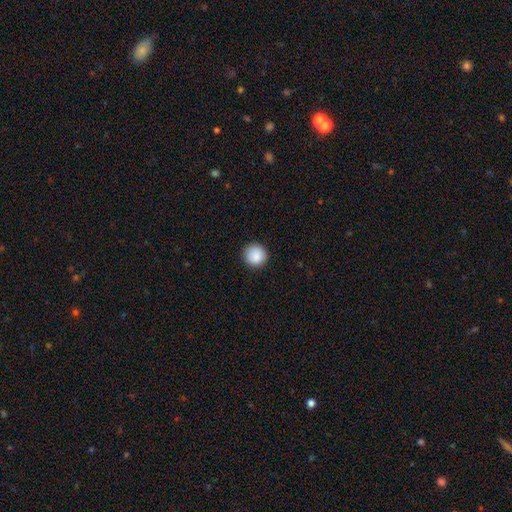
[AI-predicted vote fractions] Smooth or featured: smooth — 89% (star or artifact — 8%)
How rounded: round — 95% (in between — 4%)
Merging: none — 92% (minor disturbance — 6%)